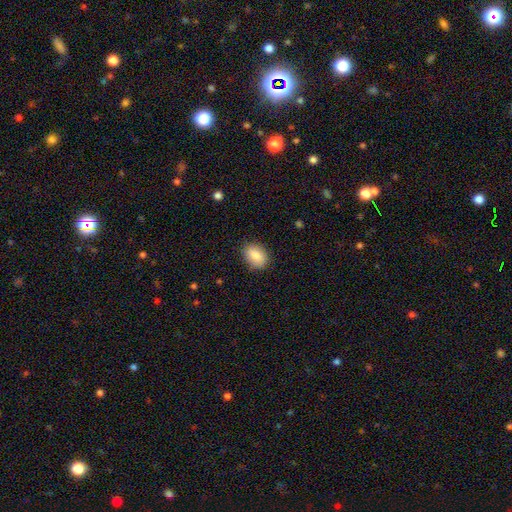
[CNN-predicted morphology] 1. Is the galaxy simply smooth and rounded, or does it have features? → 85% smooth, 7% star or artifact, 7% featured or disk.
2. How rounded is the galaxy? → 77% in between, 22% round, 1% cigar-shaped.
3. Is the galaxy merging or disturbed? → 85% none, 11% minor disturbance, 3% major disturbance, 1% merger.